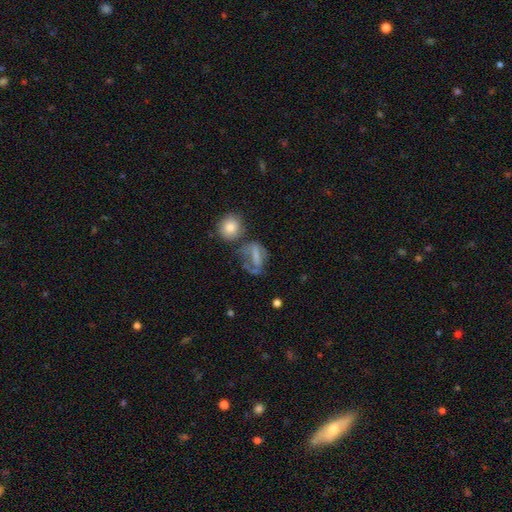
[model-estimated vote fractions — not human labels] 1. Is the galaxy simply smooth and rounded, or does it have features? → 48% smooth, 38% featured or disk, 14% star or artifact.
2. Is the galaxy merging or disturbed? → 34% major disturbance, 30% none, 19% minor disturbance, 18% merger.